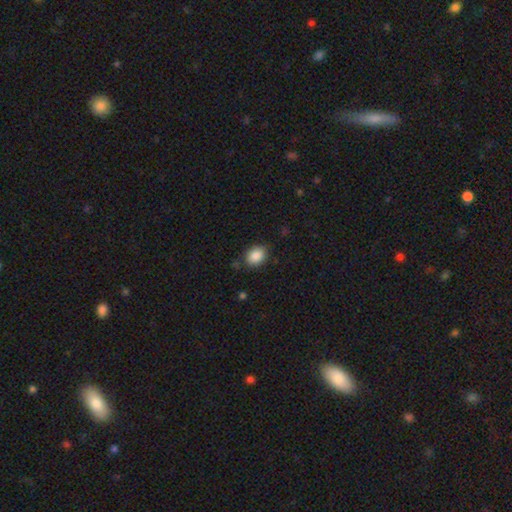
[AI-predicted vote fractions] A smooth galaxy with no disk features (87%) that is in between round and cigar-shaped (62%).

Vote fractions:
- Smooth or featured? smooth: 87% / star or artifact: 8% / featured or disk: 4%
- How rounded? in between: 62% / round: 37% / cigar-shaped: 1%
- Merging? none: 81% / minor disturbance: 14% / major disturbance: 3% / merger: 2%